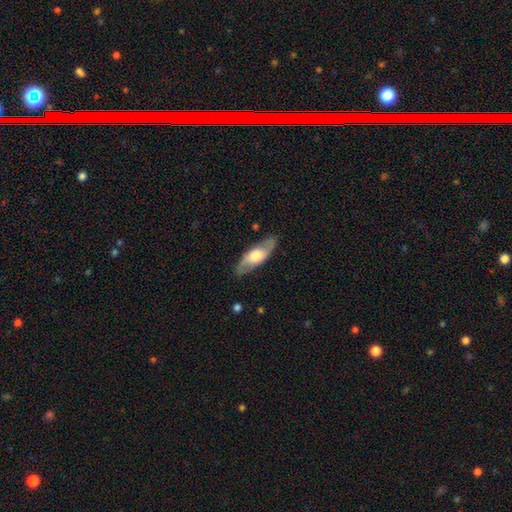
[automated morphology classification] A featured or disk galaxy (54%).

Vote fractions:
- Smooth or featured? featured or disk: 54% / smooth: 41% / star or artifact: 5%
- Edge-on disk? no: 62% / yes: 38%
- Merging? none: 84% / minor disturbance: 12% / major disturbance: 3% / merger: 1%